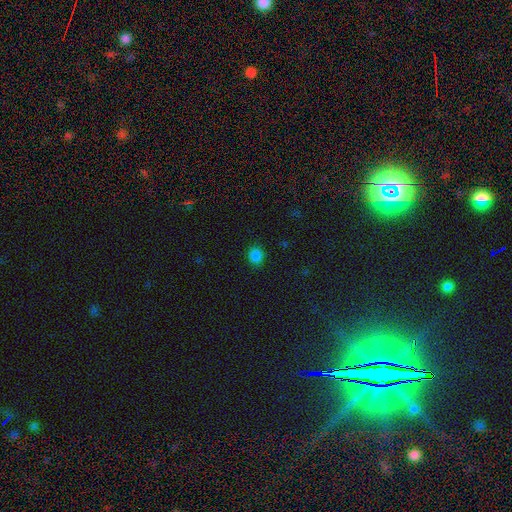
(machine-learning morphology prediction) type=smooth (83%); roundness=round (77%); merging=none (89%).